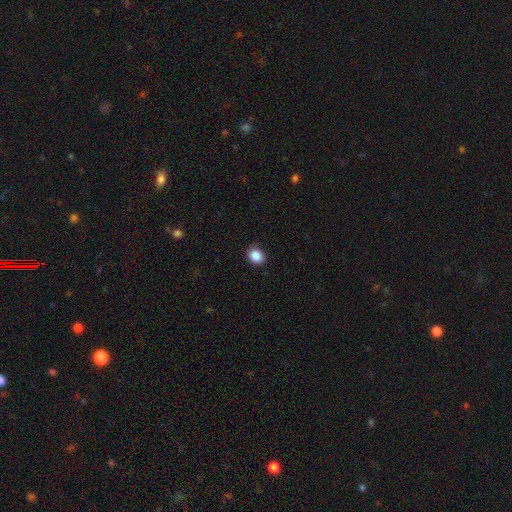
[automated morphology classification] The model was most divided on "how rounded": round: 62%, in between: 37%, cigar-shaped: 1%. More confident: smooth or featured — smooth (87%); merging — none (83%).